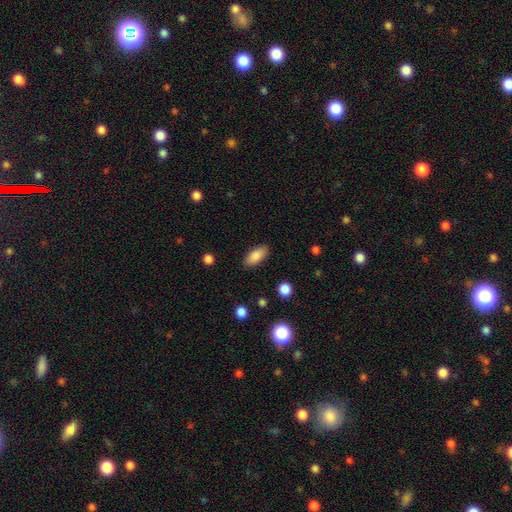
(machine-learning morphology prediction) Smooth or featured: smooth — 85% (featured or disk — 7%)
How rounded: in between — 88% (cigar-shaped — 10%)
Merging: none — 87% (minor disturbance — 9%)